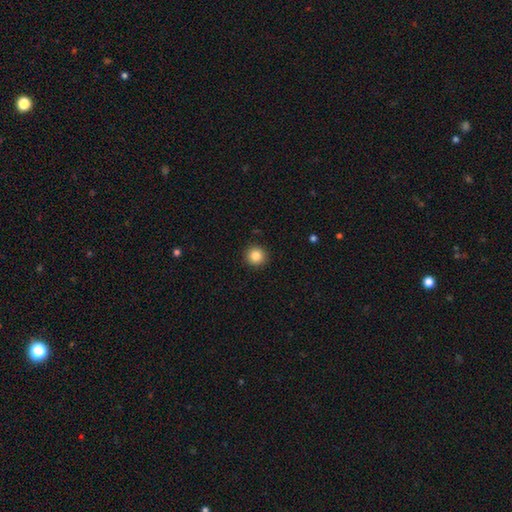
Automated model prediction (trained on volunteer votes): Morphology: type=smooth (85%); roundness=round (95%); merging=none (93%).